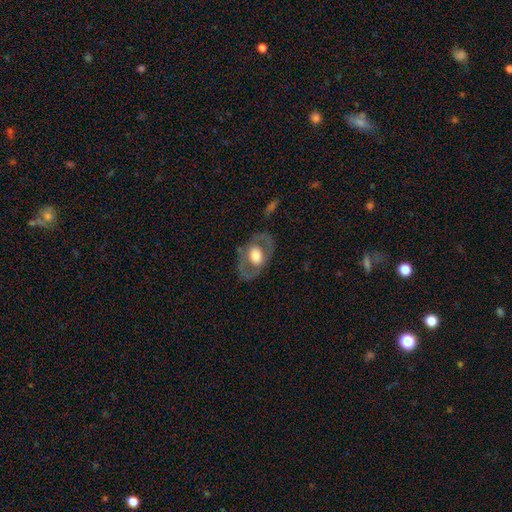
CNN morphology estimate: Smooth or featured?
  - featured or disk: 54% *
  - smooth: 40%
  - star or artifact: 6%
Edge-on disk?
  - no: 90% *
  - yes: 10%
Merging?
  - none: 74% *
  - minor disturbance: 15%
  - major disturbance: 9%
  - merger: 2%